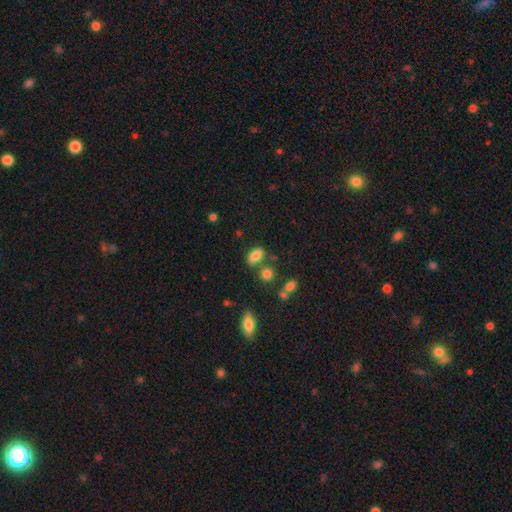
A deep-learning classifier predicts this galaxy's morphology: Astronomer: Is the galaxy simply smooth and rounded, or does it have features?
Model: smooth — 82%.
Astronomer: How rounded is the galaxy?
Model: in between — 88%.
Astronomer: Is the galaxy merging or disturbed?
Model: none — 66%.